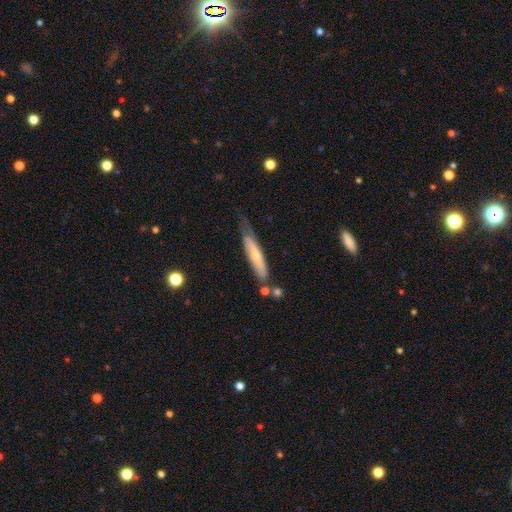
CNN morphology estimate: Smooth or featured: smooth — 50% (featured or disk — 44%)
How rounded: cigar-shaped — 84% (in between — 14%)
Merging: none — 50% (minor disturbance — 33%)